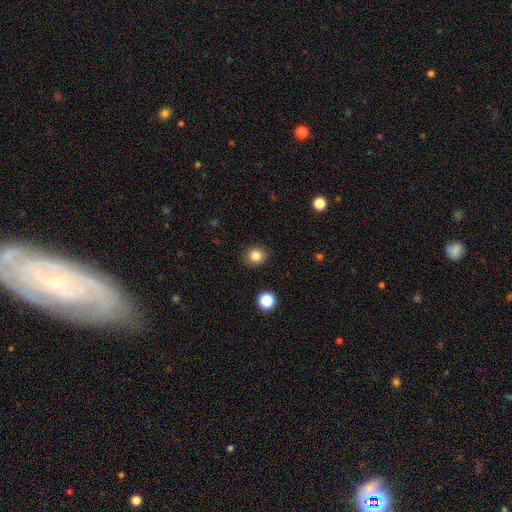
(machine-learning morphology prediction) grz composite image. It shows a smooth galaxy with no disk features (84%) that is round (80%). Merging: none (89%).